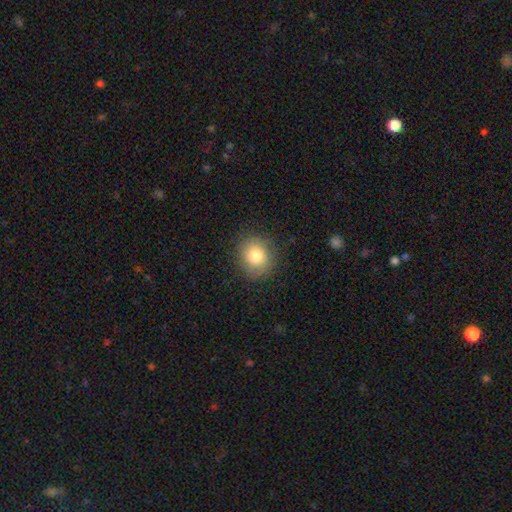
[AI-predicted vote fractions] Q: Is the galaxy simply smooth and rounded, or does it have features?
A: smooth — 82%.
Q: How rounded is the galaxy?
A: round — 81%.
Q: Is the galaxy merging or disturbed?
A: none — 85%.